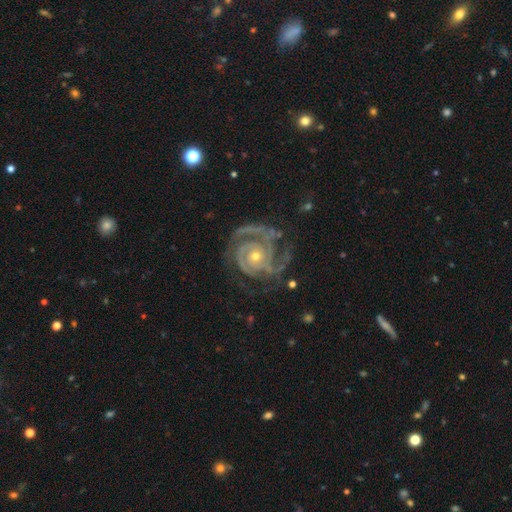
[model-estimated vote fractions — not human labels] The model was most divided on "spiral arm count": 3: 38%, 2: 34%, can't tell: 10%, 4: 8%, 1: 5%, more than 4: 5%. More confident: spiral arms — yes (98%); edge-on disk — no (98%); smooth or featured — featured or disk (92%); bar — no (74%); spiral winding — tight (71%); merging — none (67%); bulge size — small (56%).